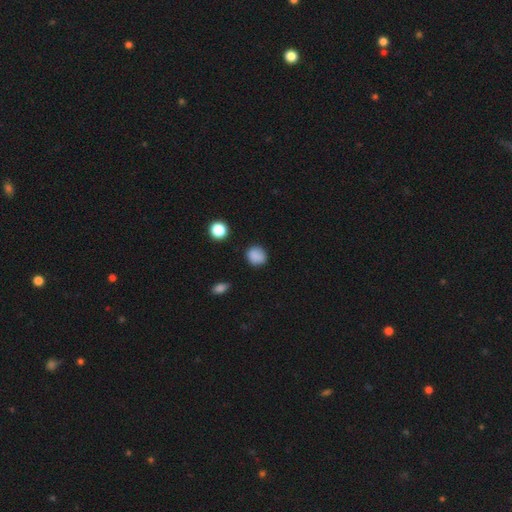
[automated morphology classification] Q: Smooth or featured?
A: smooth (85%); runner-up: star or artifact (10%)
Q: How rounded?
A: round (80%); runner-up: in between (19%)
Q: Merging?
A: none (83%); runner-up: minor disturbance (13%)